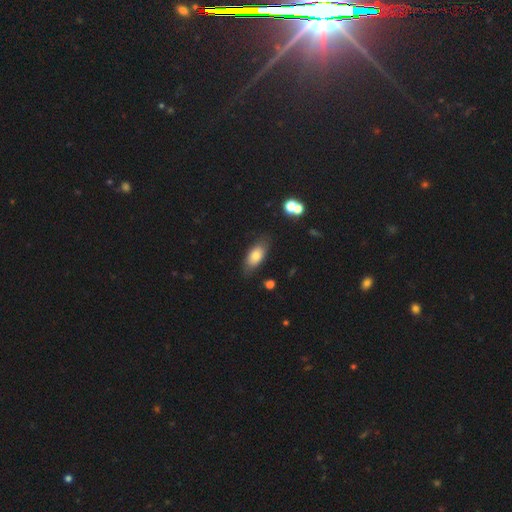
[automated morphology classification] The model was most divided on "merging": none: 76%, minor disturbance: 17%, major disturbance: 4%, merger: 3%. More confident: how rounded — in between (87%); smooth or featured — smooth (76%).